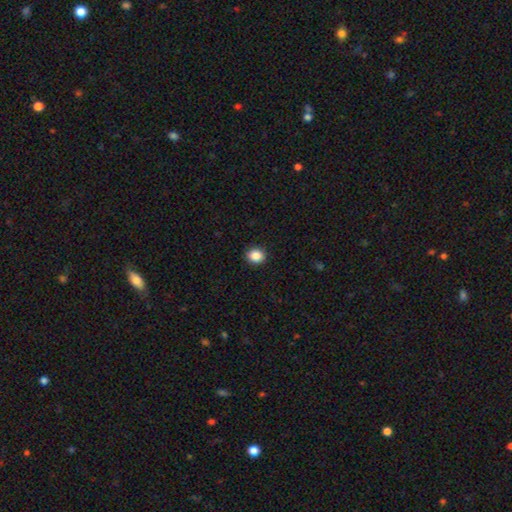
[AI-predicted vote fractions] Overall: smooth (87%). How rounded: round (70%). Merging: none (91%).